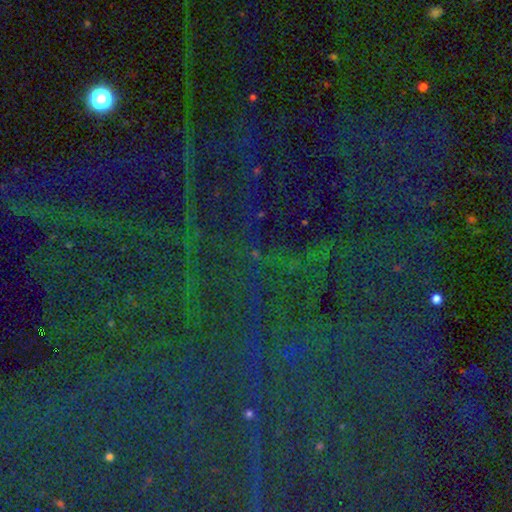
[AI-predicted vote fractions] This appears to be a star or artifact, not a galaxy (84%).